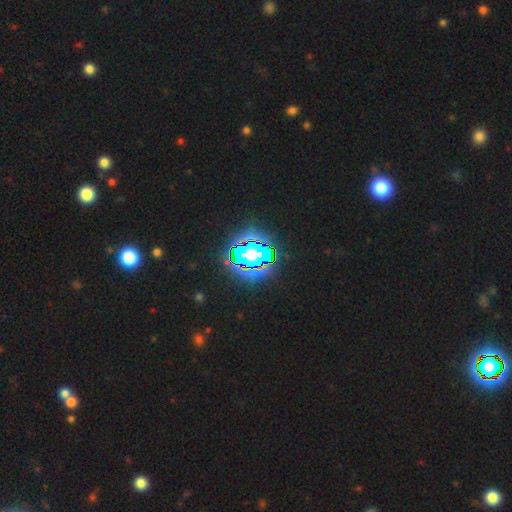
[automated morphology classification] smooth_or_featured: star or artifact (p=0.79) [alt: smooth p=0.12]